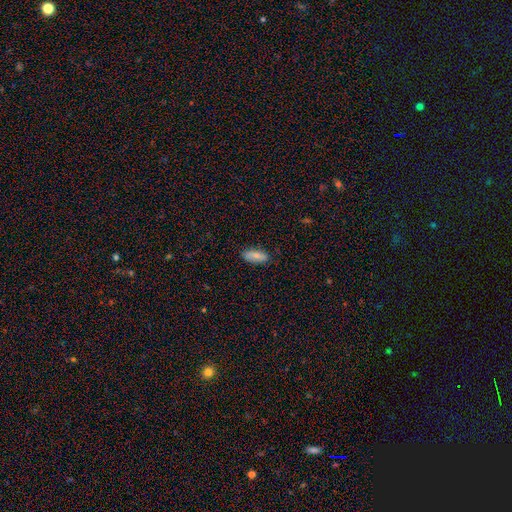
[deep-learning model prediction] This appears to be a smooth galaxy with no disk features (79%) that is in between round and cigar-shaped (79%). Merging: none (84%).